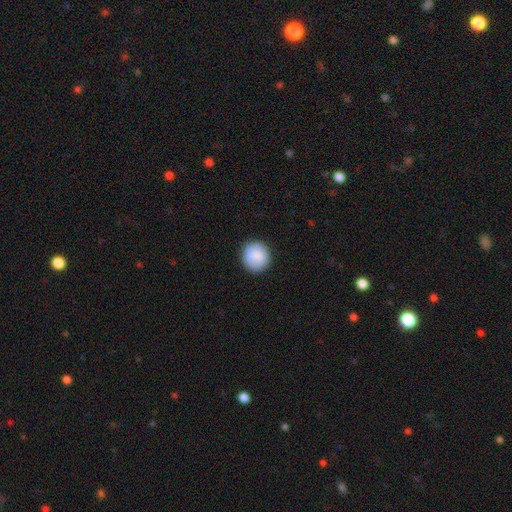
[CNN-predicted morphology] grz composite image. It shows a smooth galaxy with no disk features (83%) that is round (90%). Merging: none (86%).